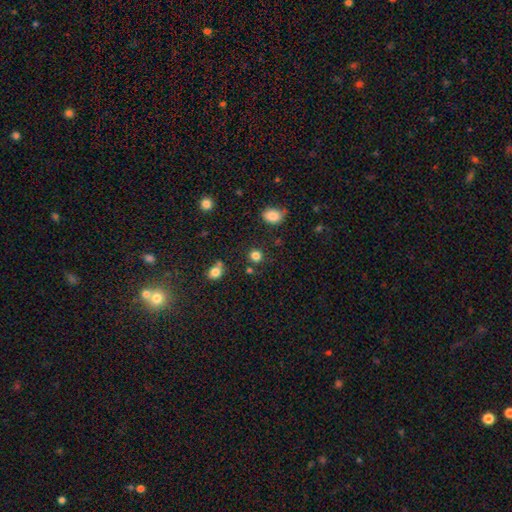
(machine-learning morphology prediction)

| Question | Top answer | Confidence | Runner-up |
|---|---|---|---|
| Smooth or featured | smooth | 81% | star or artifact (14%) |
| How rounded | round | 86% | in between (13%) |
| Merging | none | 80% | minor disturbance (10%) |